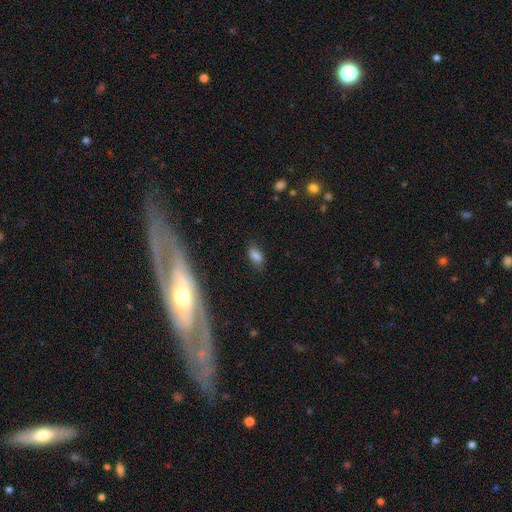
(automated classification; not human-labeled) Morphology: type=smooth (78%); roundness=in between (88%); merging=none (75%).